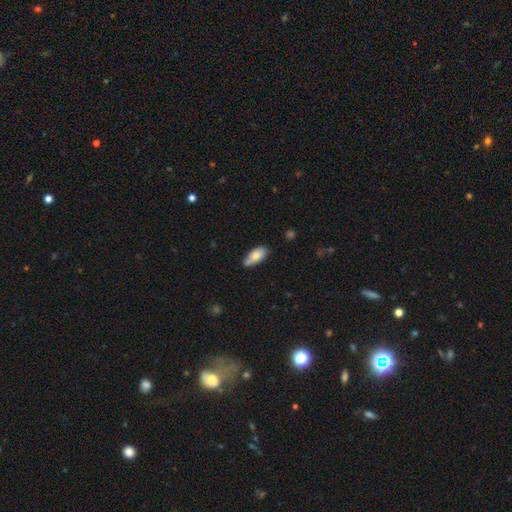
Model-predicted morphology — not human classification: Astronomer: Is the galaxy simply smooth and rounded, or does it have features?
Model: smooth — 74%.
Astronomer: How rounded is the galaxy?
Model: in between — 90%.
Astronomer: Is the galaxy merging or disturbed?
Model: none — 68%.